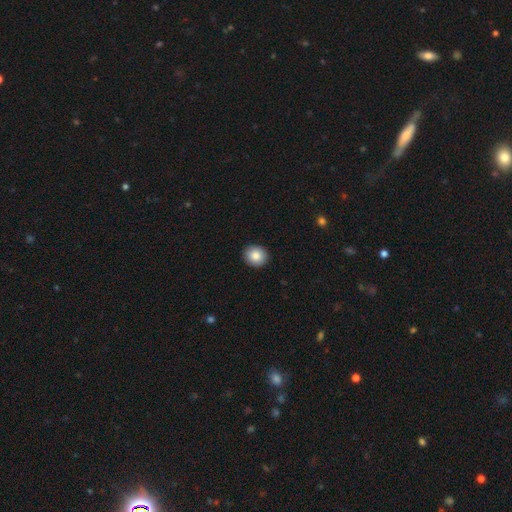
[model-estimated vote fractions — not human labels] Smooth or featured? smooth (85%)
How rounded? round (78%)
Merging? none (92%)